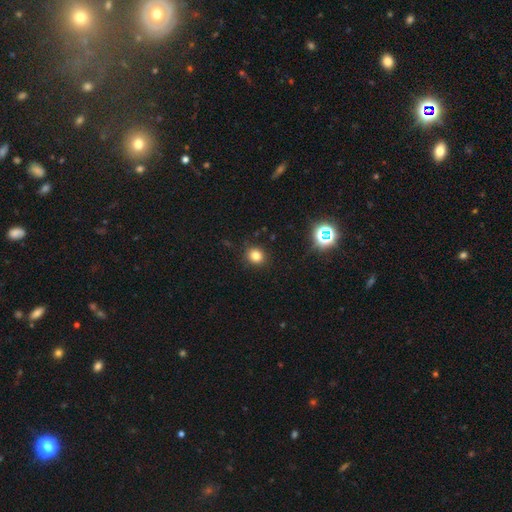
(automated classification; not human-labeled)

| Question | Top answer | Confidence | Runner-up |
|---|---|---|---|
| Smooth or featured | smooth | 81% | star or artifact (14%) |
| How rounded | round | 81% | in between (18%) |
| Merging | none | 88% | minor disturbance (8%) |